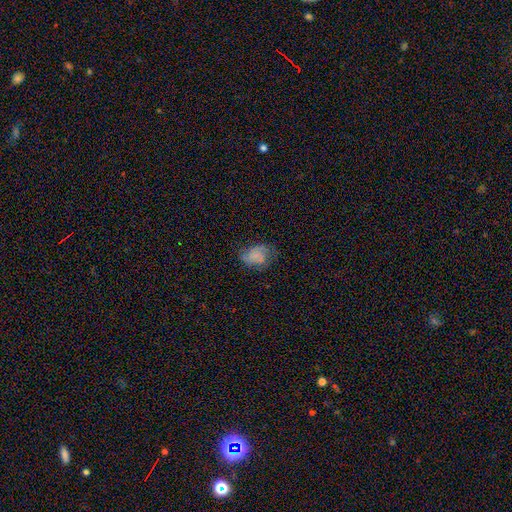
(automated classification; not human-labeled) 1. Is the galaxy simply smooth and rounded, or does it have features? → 60% smooth, 27% featured or disk, 13% star or artifact.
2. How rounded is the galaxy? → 72% in between, 27% round, 1% cigar-shaped.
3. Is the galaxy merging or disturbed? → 51% none, 28% minor disturbance, 18% major disturbance, 2% merger.